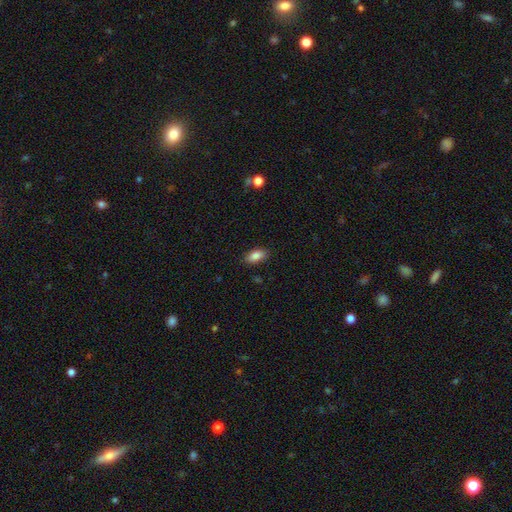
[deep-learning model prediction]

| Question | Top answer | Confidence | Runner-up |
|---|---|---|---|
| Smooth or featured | smooth | 86% | star or artifact (8%) |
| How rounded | in between | 91% | round (5%) |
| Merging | none | 86% | minor disturbance (10%) |